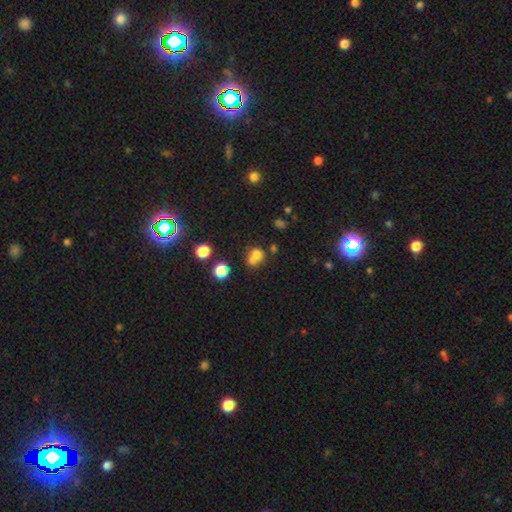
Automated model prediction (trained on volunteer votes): Morphology: type=smooth (69%); roundness=round (72%); merging=merger (57%).